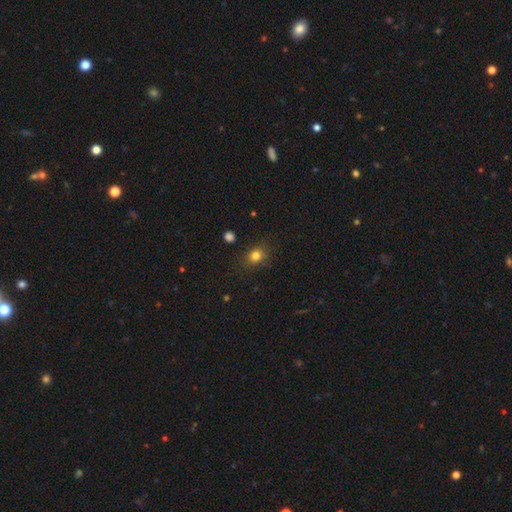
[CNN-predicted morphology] Smooth or featured: smooth — 80% (star or artifact — 13%)
How rounded: round — 61% (in between — 37%)
Merging: none — 80% (minor disturbance — 14%)